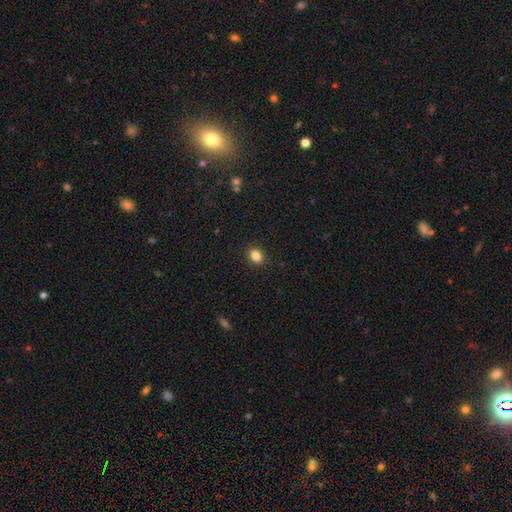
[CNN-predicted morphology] The model was most divided on "how rounded": in between: 57%, round: 42%, cigar-shaped: 1%. More confident: merging — none (90%); smooth or featured — smooth (85%).